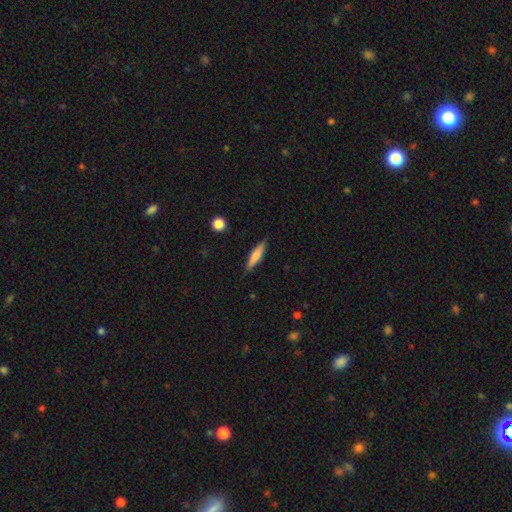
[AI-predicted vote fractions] Smooth or featured? smooth (68%)
How rounded? cigar-shaped (81%)
Merging? none (86%)